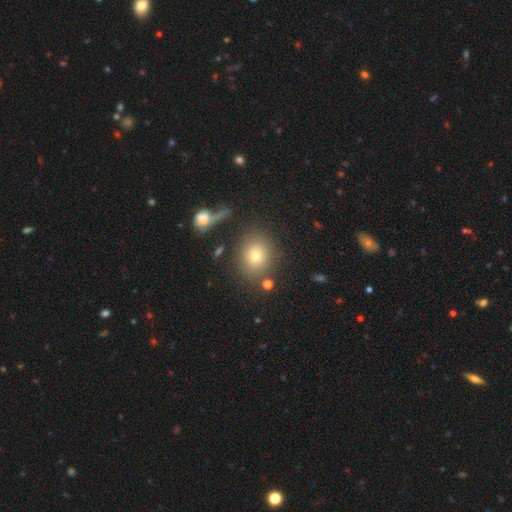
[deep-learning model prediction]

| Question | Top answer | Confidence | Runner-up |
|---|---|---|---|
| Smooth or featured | smooth | 71% | star or artifact (15%) |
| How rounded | round | 65% | in between (34%) |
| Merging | none | 78% | minor disturbance (10%) |